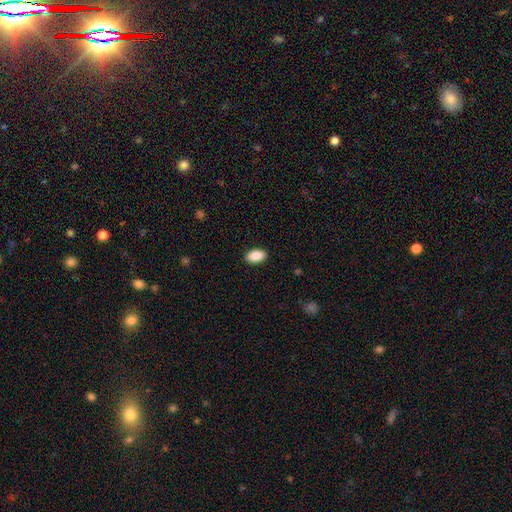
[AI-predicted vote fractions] Q: Smooth or featured?
A: smooth (90%); runner-up: star or artifact (7%)
Q: How rounded?
A: in between (94%); runner-up: round (4%)
Q: Merging?
A: none (90%); runner-up: minor disturbance (7%)